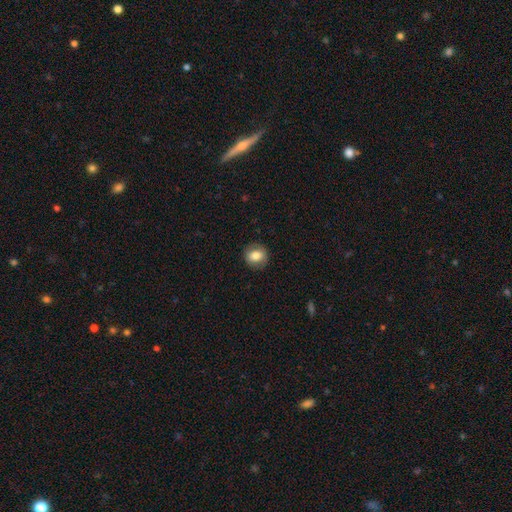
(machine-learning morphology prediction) smooth_or_featured: smooth (p=0.73) [alt: featured or disk p=0.18]
how_rounded: round (p=0.80) [alt: in between p=0.19]
merging: none (p=0.85) [alt: minor disturbance p=0.10]